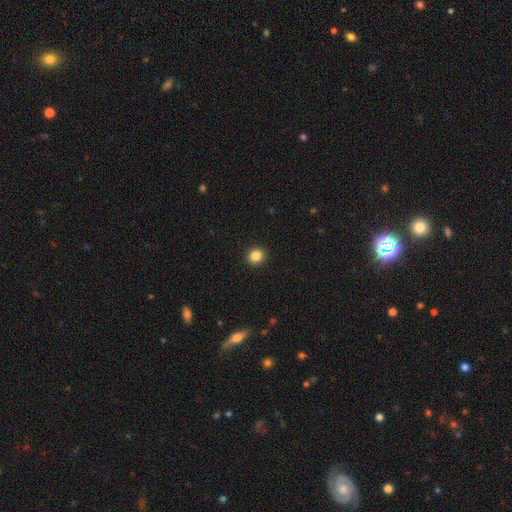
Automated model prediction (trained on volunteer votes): This appears to be a smooth galaxy with no disk features (85%) that is round (85%). Merging: none (93%).